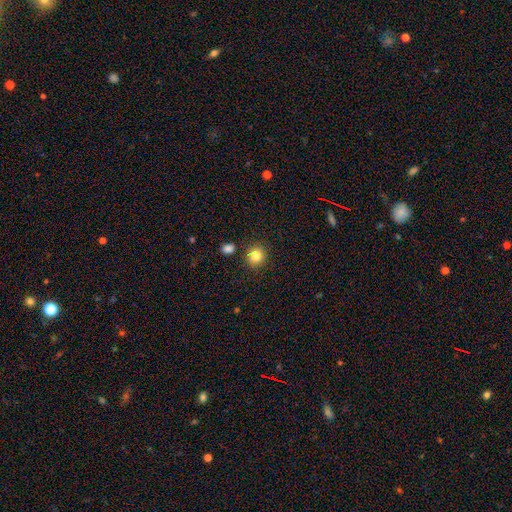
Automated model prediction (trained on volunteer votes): smooth_or_featured: smooth (p=0.84) [alt: star or artifact p=0.11]
how_rounded: round (p=0.88) [alt: in between p=0.11]
merging: none (p=0.86) [alt: minor disturbance p=0.07]